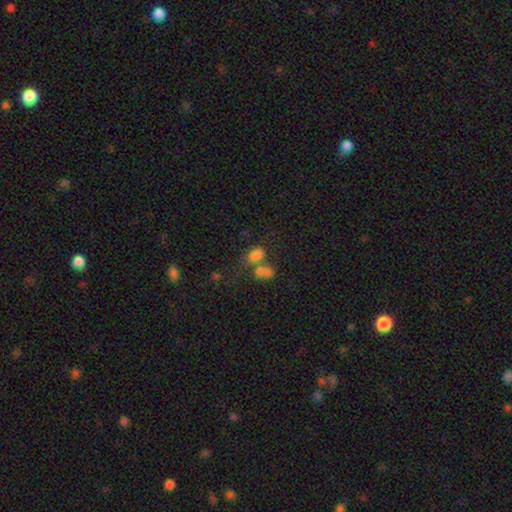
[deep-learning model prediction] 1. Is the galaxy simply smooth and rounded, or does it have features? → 71% smooth, 16% star or artifact, 13% featured or disk.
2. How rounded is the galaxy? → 78% in between, 20% round, 2% cigar-shaped.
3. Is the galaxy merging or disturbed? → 51% merger, 29% none, 11% minor disturbance, 9% major disturbance.